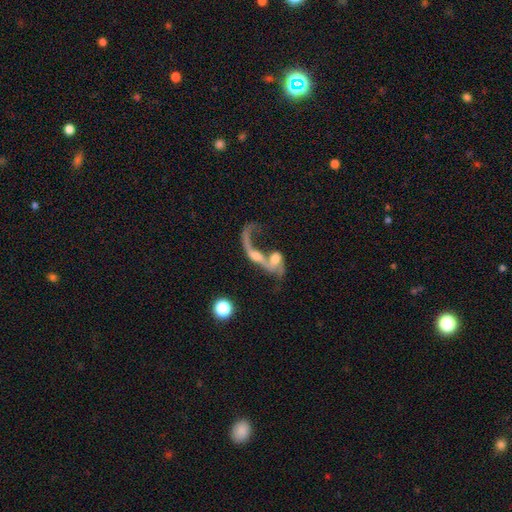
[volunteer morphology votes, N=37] This is likely a featured or disk galaxy (73%). It is likely not viewed edge-on (78%). Bar: clearly no (86%). Spiral arm pattern: likely yes (67%). Spiral arm count: possibly 2 (50%). Spiral winding: clearly loose (100%). Central bulge: marginally moderate (43%). Merging: clearly merger (83%).